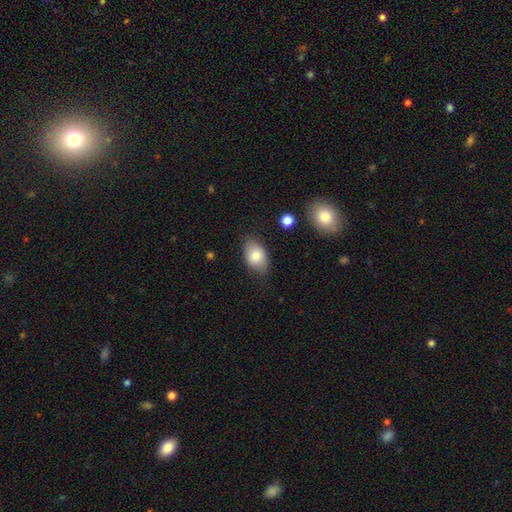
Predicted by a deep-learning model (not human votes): Smooth or featured: smooth — 80% (featured or disk — 13%)
How rounded: in between — 88% (round — 11%)
Merging: none — 79% (minor disturbance — 16%)